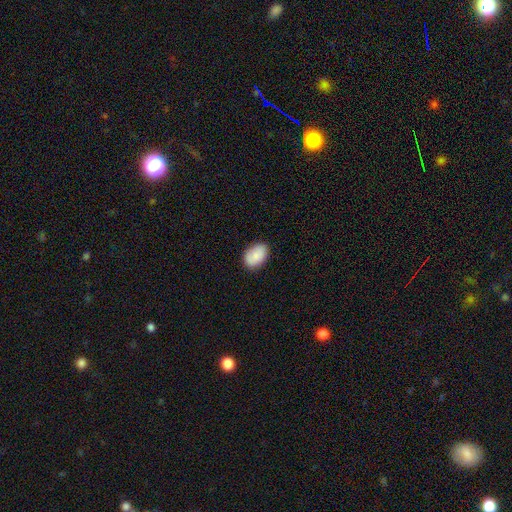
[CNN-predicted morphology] smooth 86%, featured or disk 7%, star or artifact 7%. Down the decision tree: how rounded — in between (86%); merging — none (84%).